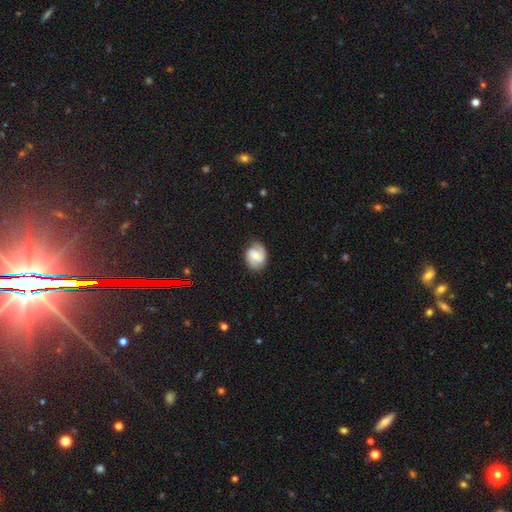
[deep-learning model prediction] This appears to be a featured or disk galaxy (46%). Merging: none (75%).